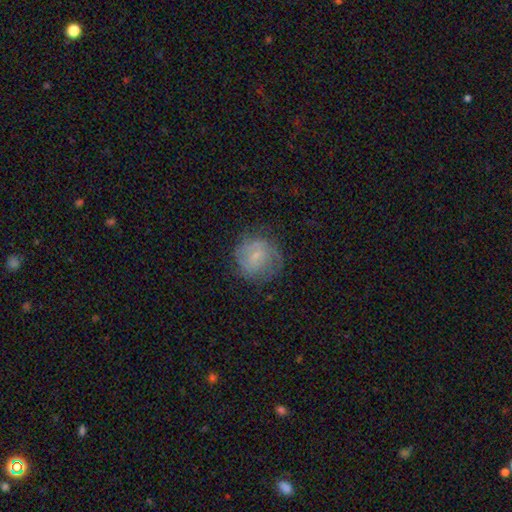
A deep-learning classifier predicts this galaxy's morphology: Smooth or featured? Predicted: featured or disk (p=0.53). Edge-on disk? Predicted: no (p=0.97). Bar? Predicted: weak (p=0.46). Spiral arms? Predicted: yes (p=0.78). Bulge size? Predicted: small (p=0.70). Merging? Predicted: none (p=0.69).